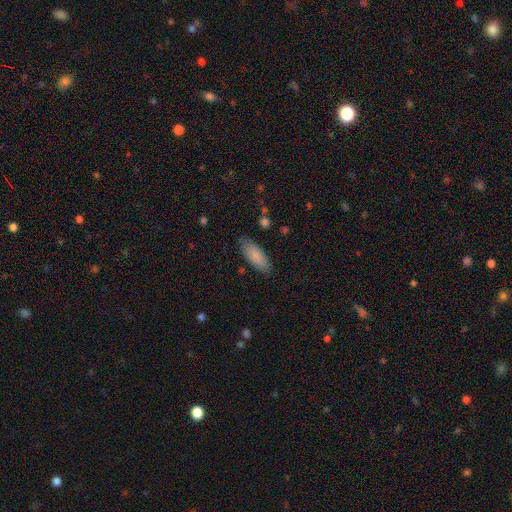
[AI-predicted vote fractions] smooth 86%, featured or disk 8%, star or artifact 6%. Down the decision tree: how rounded — in between (70%); merging — none (84%).